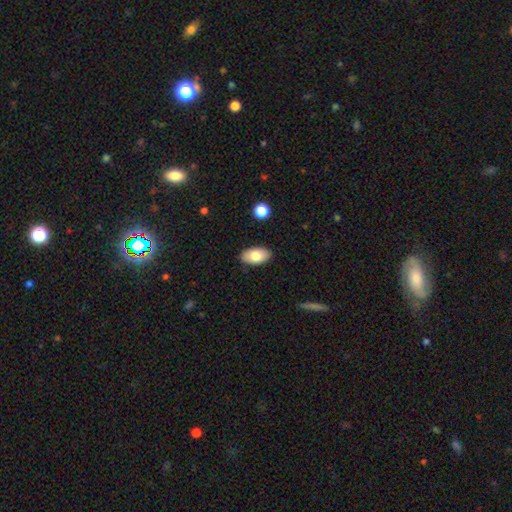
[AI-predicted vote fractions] Q: Smooth or featured?
A: smooth (78%); runner-up: featured or disk (15%)
Q: How rounded?
A: in between (94%); runner-up: round (4%)
Q: Merging?
A: none (87%); runner-up: minor disturbance (9%)